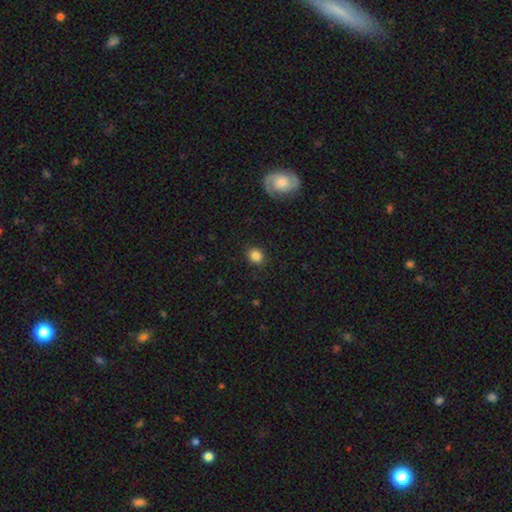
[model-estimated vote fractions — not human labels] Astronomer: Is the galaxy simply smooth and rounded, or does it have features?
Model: smooth — 84%.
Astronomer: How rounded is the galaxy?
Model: round — 71%.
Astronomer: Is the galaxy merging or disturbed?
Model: none — 87%.